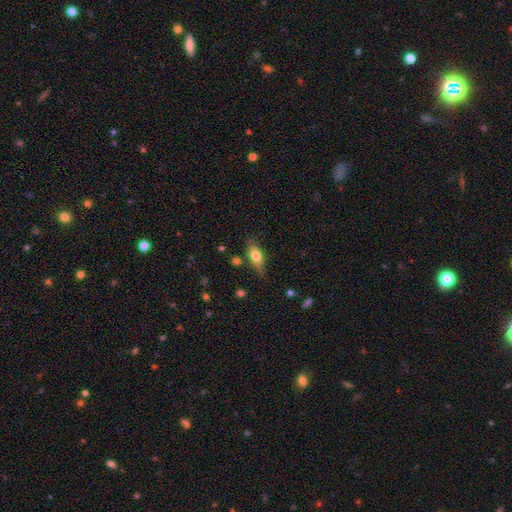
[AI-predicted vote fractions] Smooth or featured?
  - smooth: 71% *
  - featured or disk: 21%
  - star or artifact: 7%
How rounded?
  - in between: 74% *
  - cigar-shaped: 22%
  - round: 5%
Merging?
  - none: 71% *
  - minor disturbance: 20%
  - major disturbance: 4%
  - merger: 4%